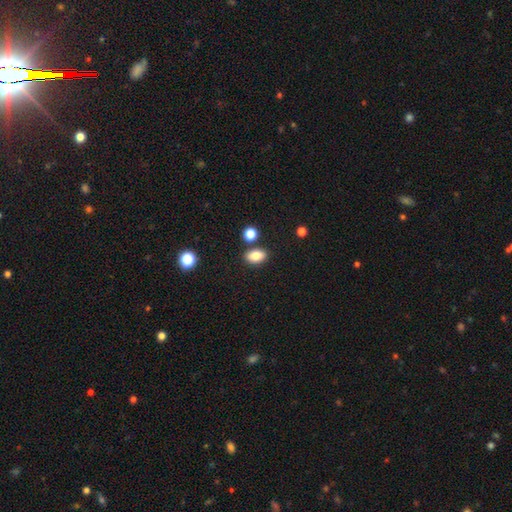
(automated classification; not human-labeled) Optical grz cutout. It shows a smooth galaxy with no disk features (83%) that is in between round and cigar-shaped (85%). Merging: none (79%).